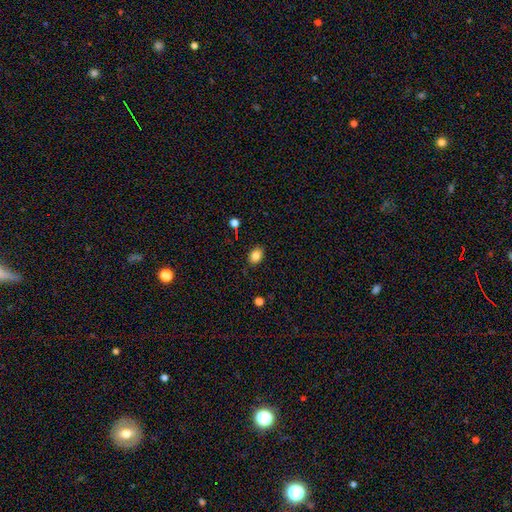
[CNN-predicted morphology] This is clearly a smooth galaxy (84%). How rounded: likely in between (70%). Merging: clearly none (86%).